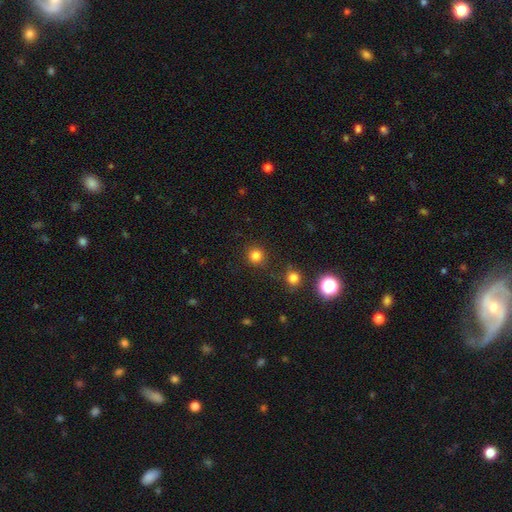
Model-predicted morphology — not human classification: smooth 81%, star or artifact 14%, featured or disk 4%. Down the decision tree: how rounded — round (93%); merging — none (87%).